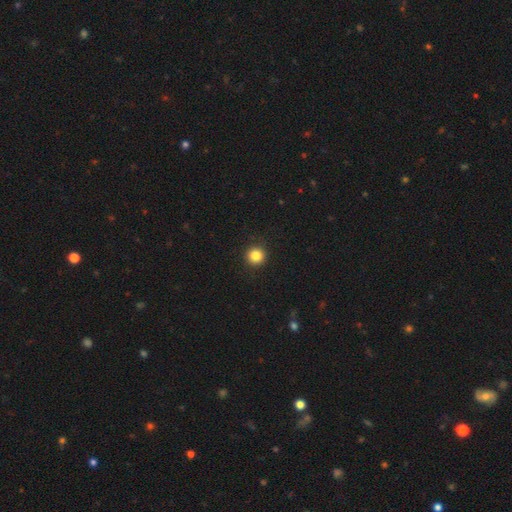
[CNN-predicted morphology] smooth 85%, star or artifact 11%, featured or disk 4%. Down the decision tree: how rounded — round (95%); merging — none (92%).